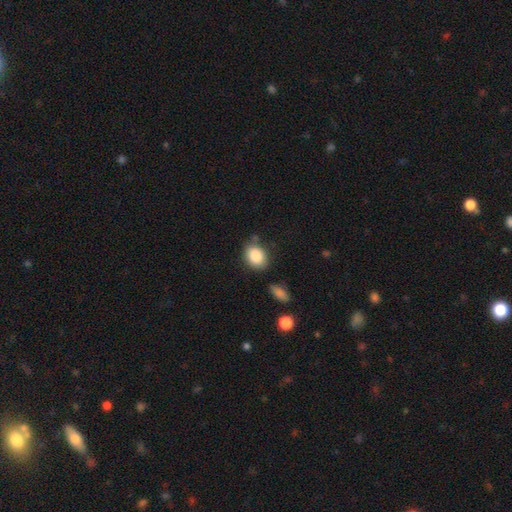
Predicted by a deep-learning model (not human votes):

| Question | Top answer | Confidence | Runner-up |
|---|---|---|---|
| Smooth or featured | smooth | 86% | star or artifact (8%) |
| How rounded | in between | 62% | round (37%) |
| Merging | none | 74% | minor disturbance (16%) |